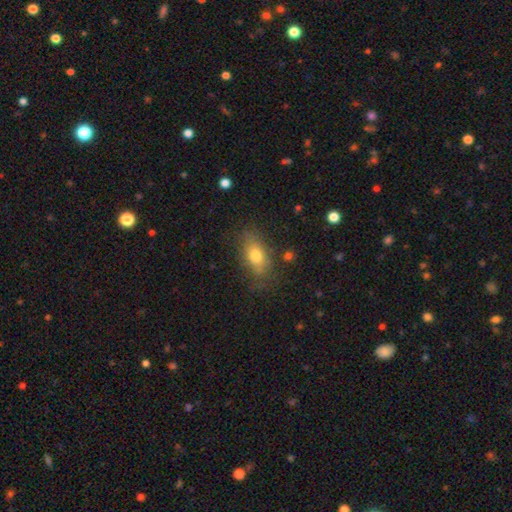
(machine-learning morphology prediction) Smooth or featured?
  - smooth: 73% *
  - featured or disk: 18%
  - star or artifact: 9%
How rounded?
  - in between: 85% *
  - round: 9%
  - cigar-shaped: 7%
Merging?
  - none: 71% *
  - minor disturbance: 20%
  - major disturbance: 7%
  - merger: 2%